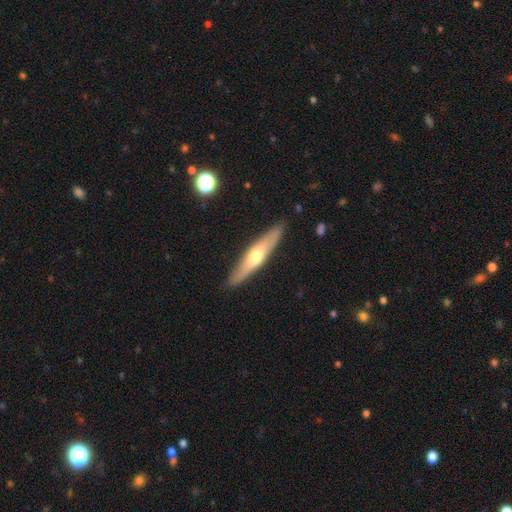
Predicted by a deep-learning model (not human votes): A featured or disk galaxy (52%) viewed edge-on (87%).

Vote fractions:
- Smooth or featured? featured or disk: 52% / smooth: 43% / star or artifact: 6%
- Edge-on disk? yes: 87% / no: 13%
- Merging? none: 88% / minor disturbance: 9% / major disturbance: 2% / merger: 1%